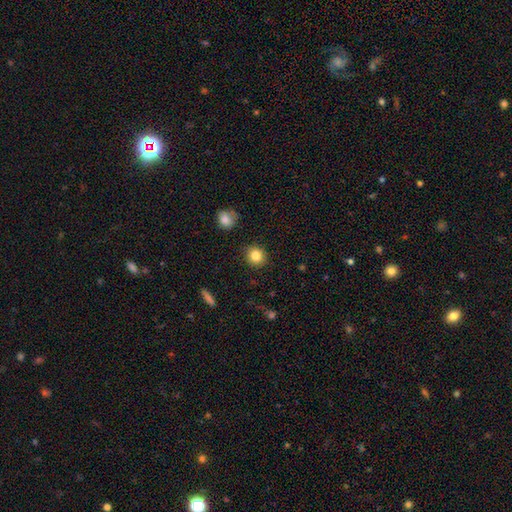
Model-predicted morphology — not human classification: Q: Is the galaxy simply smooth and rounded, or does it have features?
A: smooth — 84%.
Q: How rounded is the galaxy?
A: round — 87%.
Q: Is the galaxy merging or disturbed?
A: none — 89%.